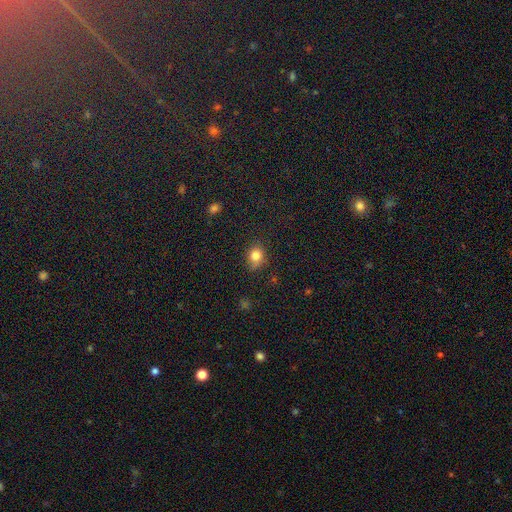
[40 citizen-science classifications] Smooth or featured? smooth (85%)
How rounded? round (62%)
Merging? none (70%)